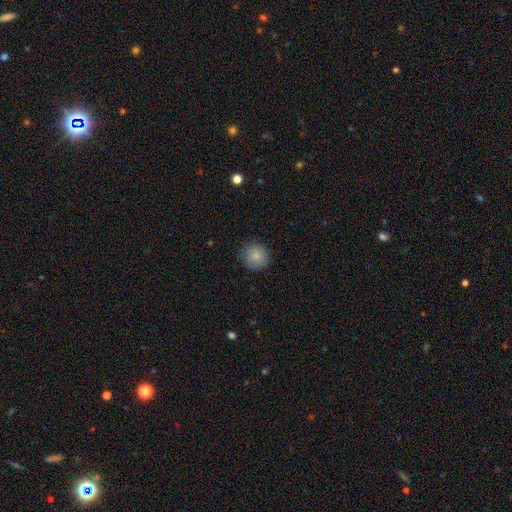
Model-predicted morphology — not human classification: Q: Smooth or featured?
A: smooth (84%); runner-up: star or artifact (9%)
Q: How rounded?
A: round (90%); runner-up: in between (9%)
Q: Merging?
A: none (86%); runner-up: minor disturbance (11%)